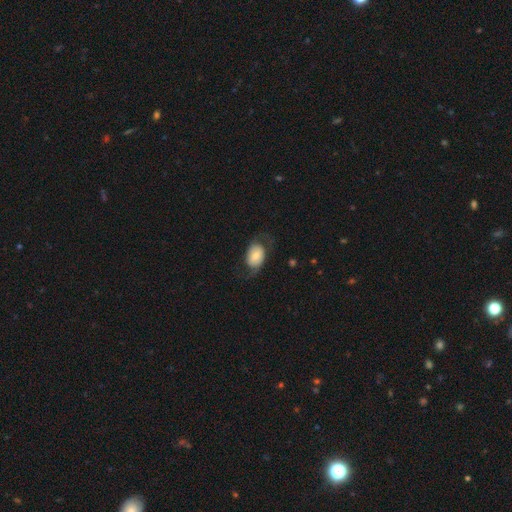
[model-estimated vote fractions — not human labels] A smooth galaxy with no disk features (57%) that is in between round and cigar-shaped (75%).

Vote fractions:
- Smooth or featured? smooth: 57% / featured or disk: 36% / star or artifact: 7%
- How rounded? in between: 75% / round: 23% / cigar-shaped: 1%
- Merging? none: 55% / minor disturbance: 22% / major disturbance: 21% / merger: 1%